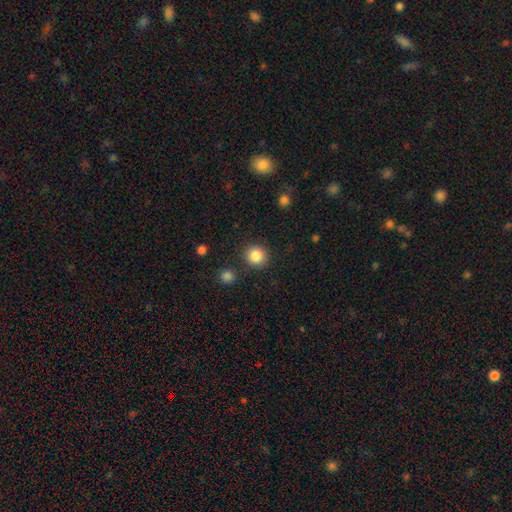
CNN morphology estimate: smooth-or-featured: smooth: 86% | star or artifact: 10% | featured or disk: 4%
  how-rounded: round: 92% | in between: 7% | cigar-shaped: 1%
  merging: none: 86% | minor disturbance: 7% | merger: 4% | major disturbance: 3%